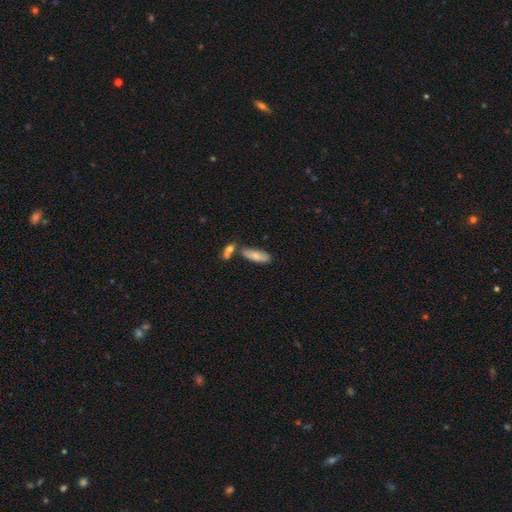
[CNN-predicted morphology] This appears to be a smooth galaxy with no disk features (76%) that is in between round and cigar-shaped (58%). Merging: none (62%).